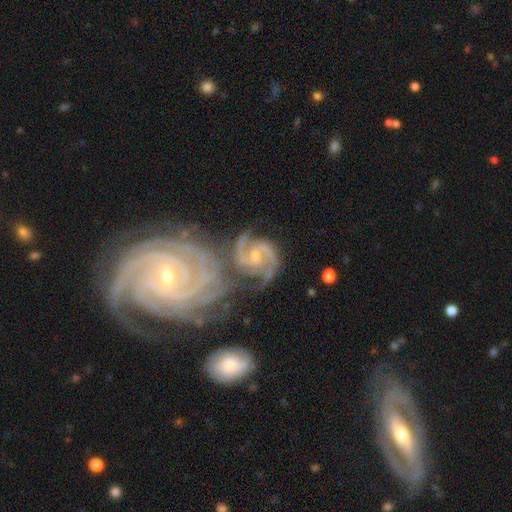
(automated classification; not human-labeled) Morphology: type=featured or disk (92%); edge-on=no (98%); bar=no (43%); spiral arms=yes (98%); winding=medium (49%); arm count=2 (59%); bulge=small (64%); merging=merger (41%).